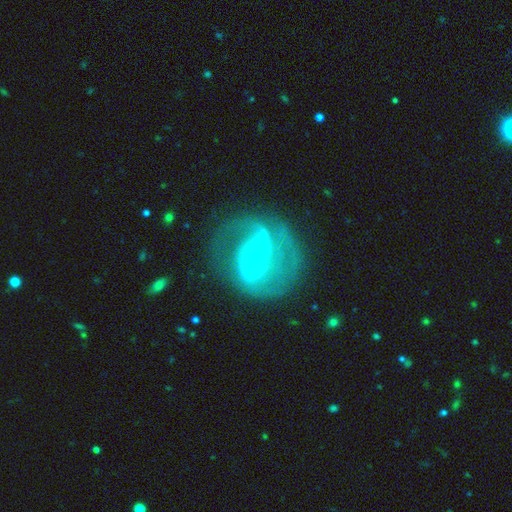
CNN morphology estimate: Q: Smooth or featured?
A: featured or disk (84%); runner-up: smooth (10%)
Q: Edge-on disk?
A: no (97%); runner-up: yes (3%)
Q: Bar?
A: weak (41%); runner-up: no (32%)
Q: Spiral arms?
A: yes (86%); runner-up: no (14%)
Q: Spiral winding?
A: medium (45%); runner-up: tight (36%)
Q: Spiral arm count?
A: 2 (56%); runner-up: can't tell (20%)
Q: Bulge size?
A: small (76%); runner-up: moderate (20%)
Q: Merging?
A: none (53%); runner-up: minor disturbance (22%)